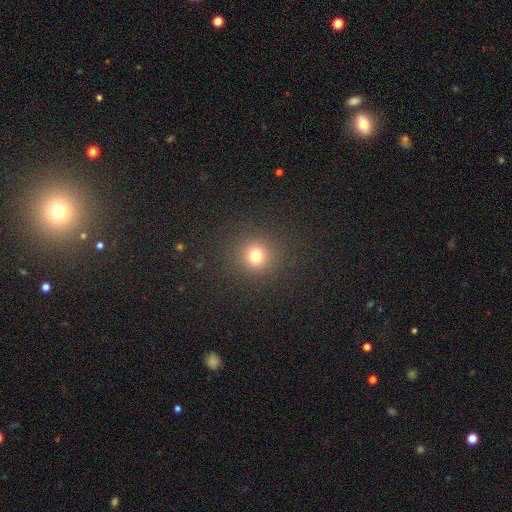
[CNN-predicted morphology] type=smooth (75%); roundness=round (91%); merging=none (88%).